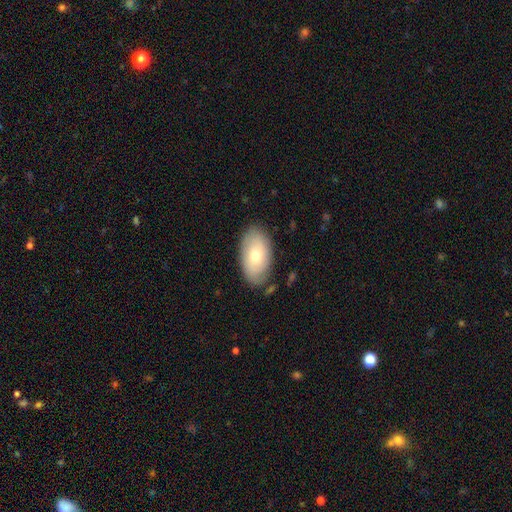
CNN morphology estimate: Q: Smooth or featured?
A: smooth (61%); runner-up: featured or disk (32%)
Q: How rounded?
A: in between (94%); runner-up: round (5%)
Q: Merging?
A: none (80%); runner-up: minor disturbance (15%)